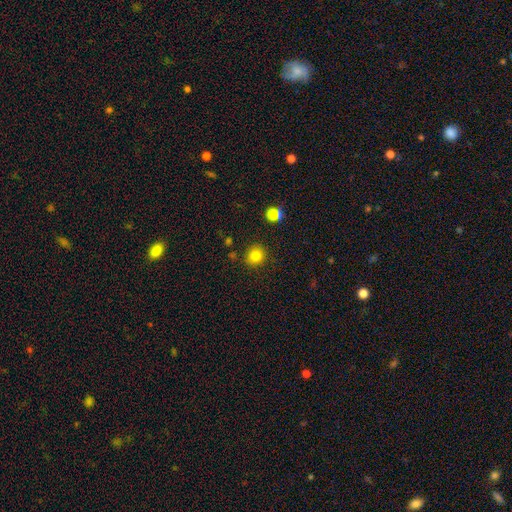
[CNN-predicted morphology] A smooth galaxy with no disk features (81%) that is round (89%).

Vote fractions:
- Smooth or featured? smooth: 81% / star or artifact: 13% / featured or disk: 6%
- How rounded? round: 89% / in between: 10% / cigar-shaped: 1%
- Merging? none: 88% / minor disturbance: 8% / major disturbance: 2% / merger: 2%